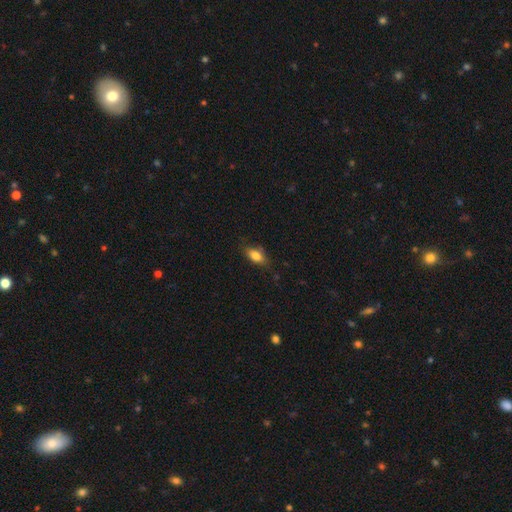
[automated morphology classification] Smooth or featured? smooth (82%)
How rounded? in between (84%)
Merging? none (74%)